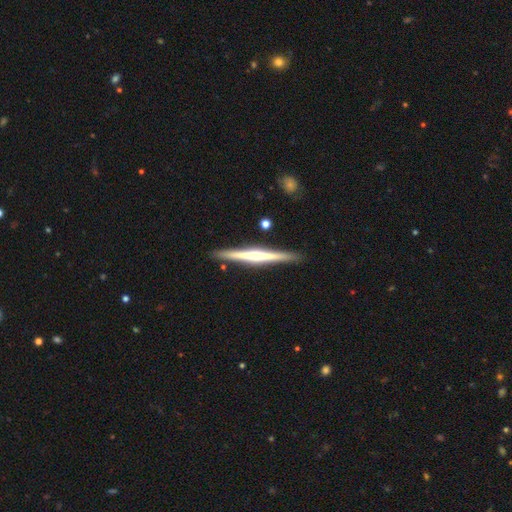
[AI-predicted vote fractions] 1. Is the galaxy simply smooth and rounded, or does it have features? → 68% featured or disk, 27% smooth, 5% star or artifact.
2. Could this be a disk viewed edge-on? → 98% yes, 2% no.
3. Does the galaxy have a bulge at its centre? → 44% none, 41% rounded, 15% boxy.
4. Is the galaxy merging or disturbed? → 89% none, 8% minor disturbance, 2% merger, 1% major disturbance.